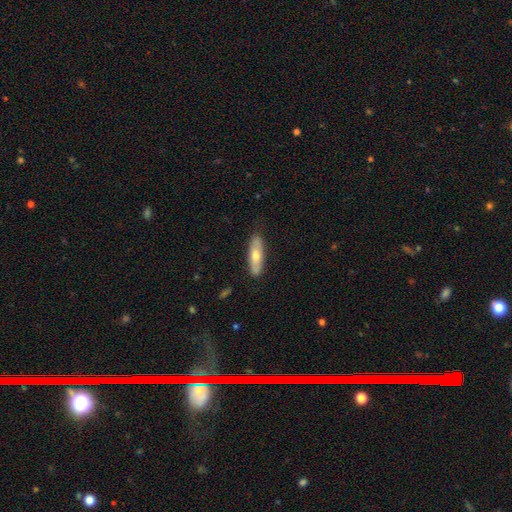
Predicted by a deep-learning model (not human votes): The model was most divided on "how rounded": in between: 51%, cigar-shaped: 47%, round: 2%. More confident: merging — none (81%); smooth or featured — smooth (65%).